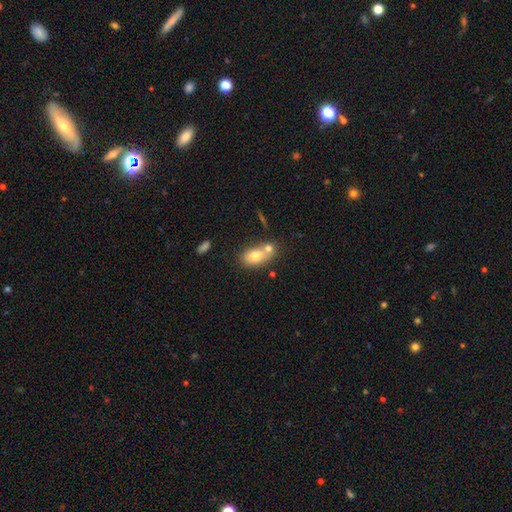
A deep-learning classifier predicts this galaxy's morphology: type=smooth (72%); roundness=in between (79%); merging=merger (46%).